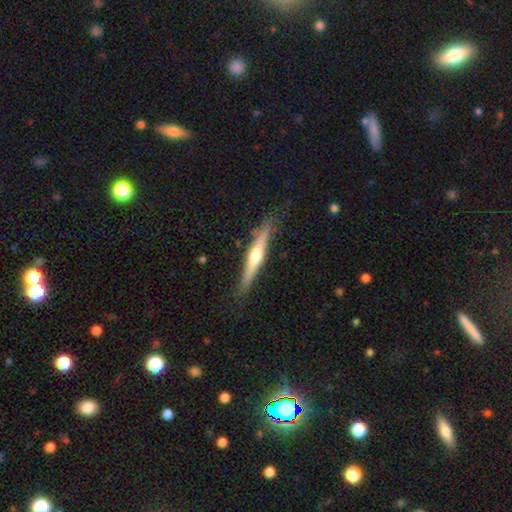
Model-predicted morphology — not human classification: This appears to be a featured or disk galaxy (66%) viewed edge-on (97%) with a rounded central bulge (90%). Merging: none (85%).